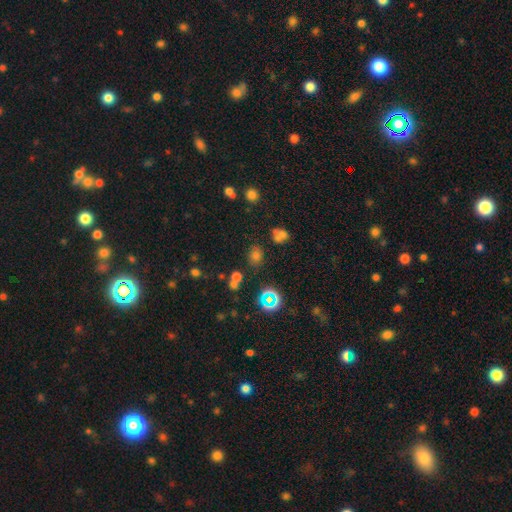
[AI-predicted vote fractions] Q: Smooth or featured?
A: smooth (60%); runner-up: star or artifact (32%)
Q: How rounded?
A: round (60%); runner-up: in between (38%)
Q: Merging?
A: none (75%); runner-up: minor disturbance (12%)